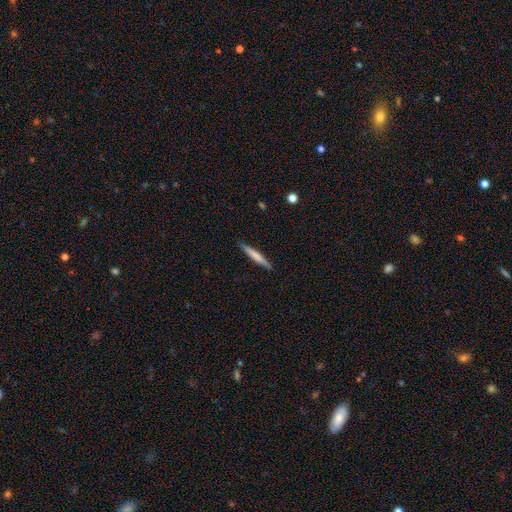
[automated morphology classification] smooth 61%, featured or disk 34%, star or artifact 5%. Down the decision tree: how rounded — cigar-shaped (95%); merging — none (90%).